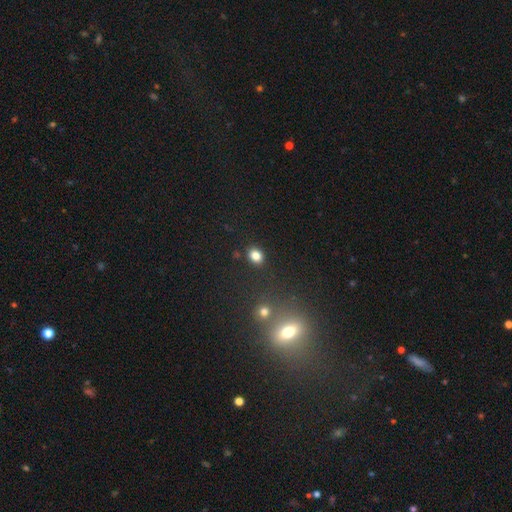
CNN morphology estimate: Smooth or featured: smooth — 82% (star or artifact — 12%)
How rounded: in between — 54% (round — 45%)
Merging: none — 86% (minor disturbance — 9%)